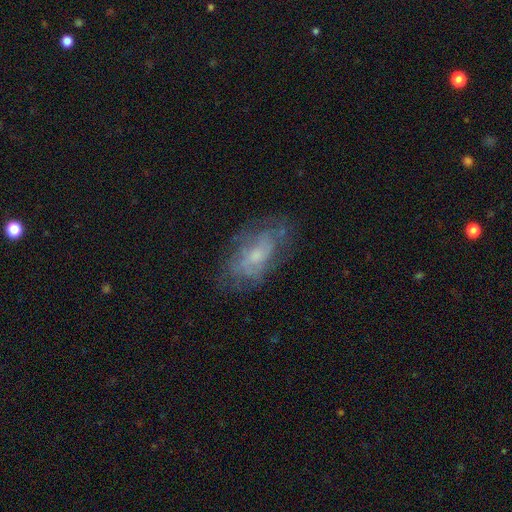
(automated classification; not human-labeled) This appears to be a featured or disk galaxy (58%) with no bar (74%), no spiral arms (51%) and a small central bulge (47%). Merging: none (62%).